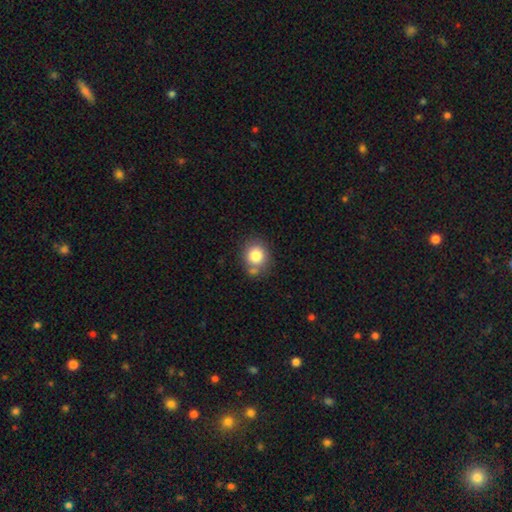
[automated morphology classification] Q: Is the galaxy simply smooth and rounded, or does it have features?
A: smooth — 81%.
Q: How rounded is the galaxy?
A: round — 80%.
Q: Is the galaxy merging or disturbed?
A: none — 65%.